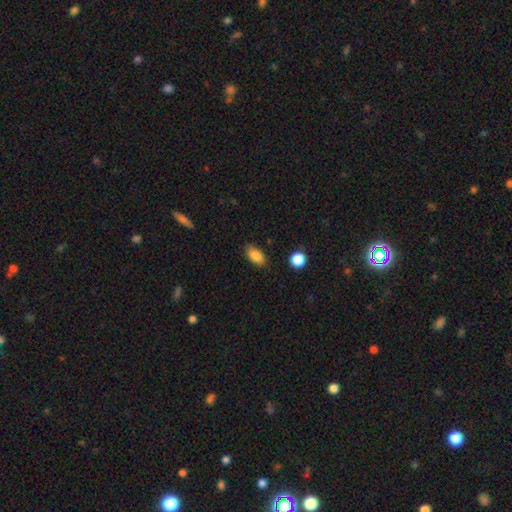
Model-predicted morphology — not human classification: smooth 85%, star or artifact 8%, featured or disk 7%. Down the decision tree: how rounded — in between (90%); merging — none (84%).